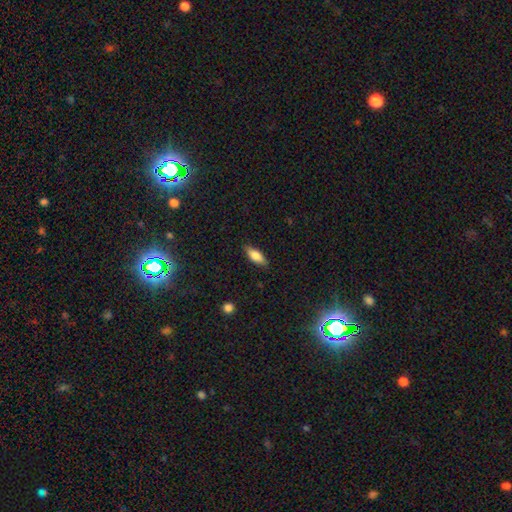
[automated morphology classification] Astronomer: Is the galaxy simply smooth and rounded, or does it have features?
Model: smooth — 77%.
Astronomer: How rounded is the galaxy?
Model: in between — 73%.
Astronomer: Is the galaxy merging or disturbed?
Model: none — 86%.